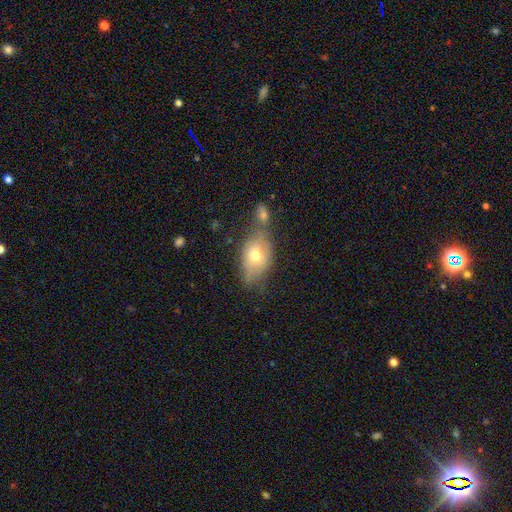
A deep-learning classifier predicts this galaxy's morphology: smooth_or_featured: smooth (p=0.65) [alt: featured or disk p=0.26]
how_rounded: in between (p=0.81) [alt: round p=0.16]
merging: none (p=0.48) [alt: merger p=0.22]